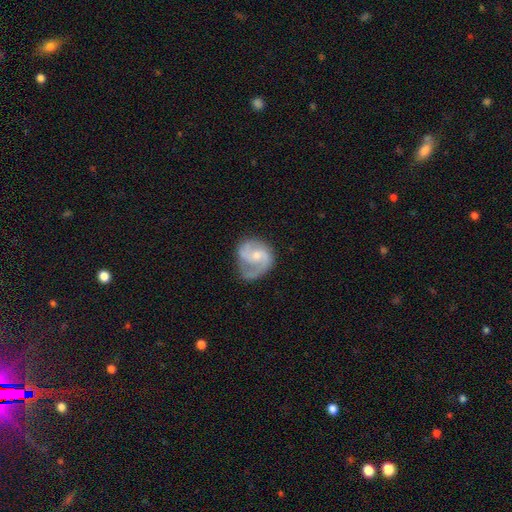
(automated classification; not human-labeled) A featured or disk galaxy (83%) with no bar (50%), 2 (83%) medium (55%) spiral arms (96%) and a small central bulge (53%). Merging: none (63%).